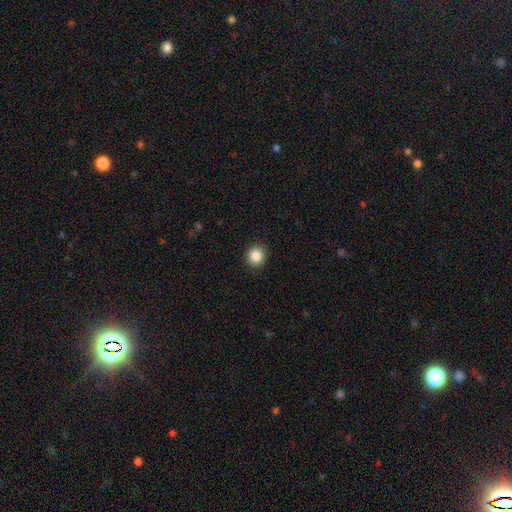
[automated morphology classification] smooth 86%, star or artifact 10%, featured or disk 4%. Down the decision tree: how rounded — round (82%); merging — none (91%).